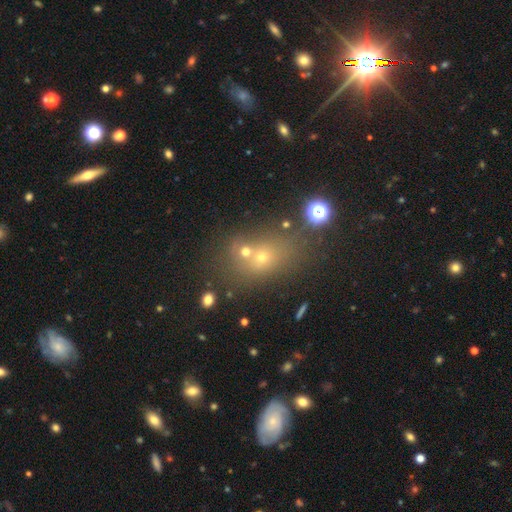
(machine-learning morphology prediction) The model was most divided on "merging": none: 47%, merger: 38%, minor disturbance: 10%, major disturbance: 5%. Remaining: smooth or featured — smooth (49%).